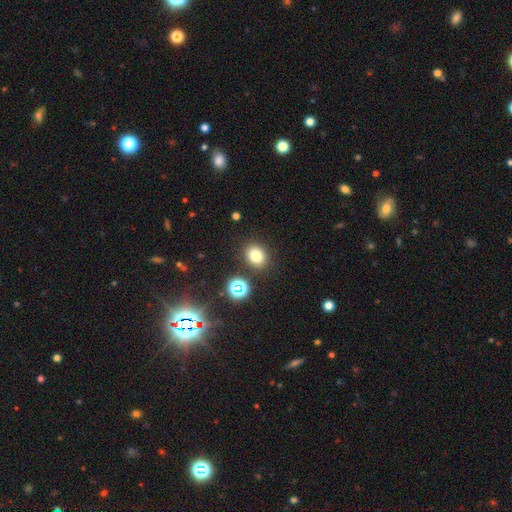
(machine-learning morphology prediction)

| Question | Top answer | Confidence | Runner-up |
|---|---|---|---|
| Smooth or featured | smooth | 77% | star or artifact (16%) |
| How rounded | round | 61% | in between (38%) |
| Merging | none | 85% | minor disturbance (8%) |